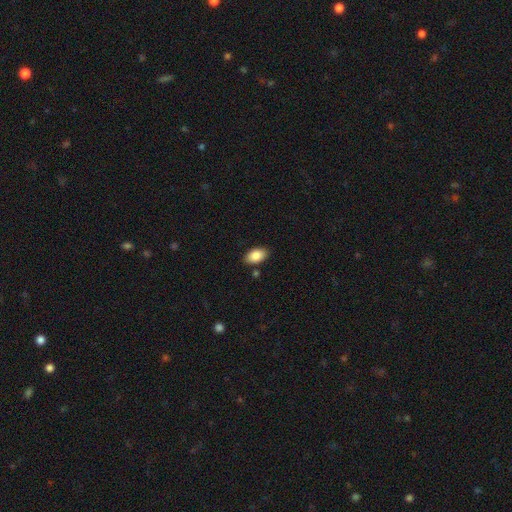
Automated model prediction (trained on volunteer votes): This is clearly a smooth galaxy (86%). How rounded: clearly in between (93%). Merging: clearly none (85%).